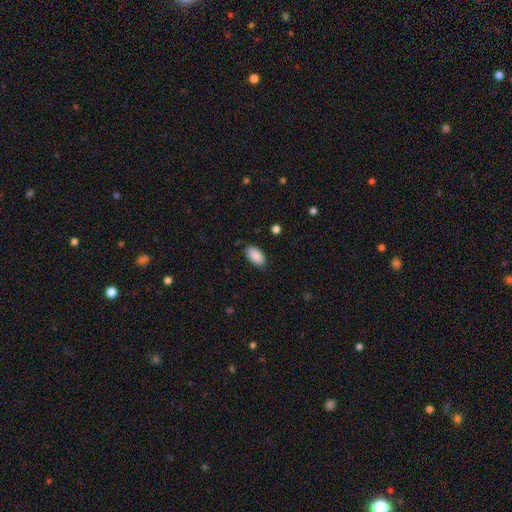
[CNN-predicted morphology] Overall: smooth (90%). How rounded: in between (95%). Merging: none (85%).